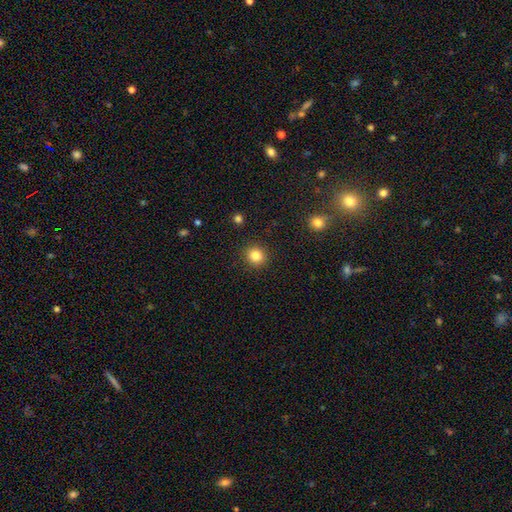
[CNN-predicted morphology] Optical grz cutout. It shows a smooth galaxy with no disk features (84%) that is round (88%). Merging: none (91%).